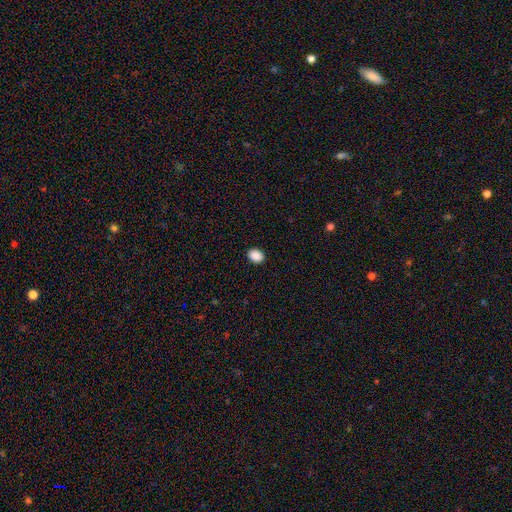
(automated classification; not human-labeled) Overall: smooth (90%). How rounded: in between (64%; round 36%). Merging: none (91%).